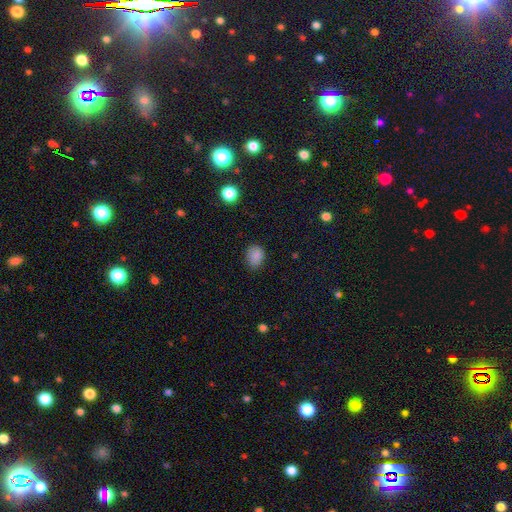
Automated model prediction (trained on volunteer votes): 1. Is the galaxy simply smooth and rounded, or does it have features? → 85% smooth, 11% star or artifact, 5% featured or disk.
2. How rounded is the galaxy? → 61% in between, 38% round, 1% cigar-shaped.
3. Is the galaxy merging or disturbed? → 75% none, 20% minor disturbance, 4% major disturbance, 1% merger.